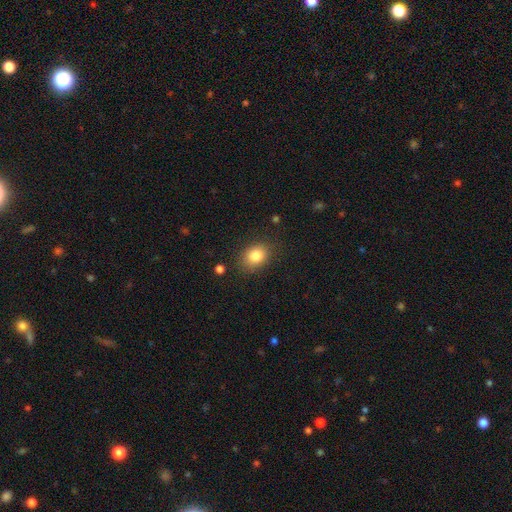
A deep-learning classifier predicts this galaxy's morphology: smooth-or-featured: smooth: 84% | star or artifact: 9% | featured or disk: 7%
  how-rounded: in between: 61% | round: 38% | cigar-shaped: 1%
  merging: none: 82% | minor disturbance: 13% | major disturbance: 4% | merger: 2%